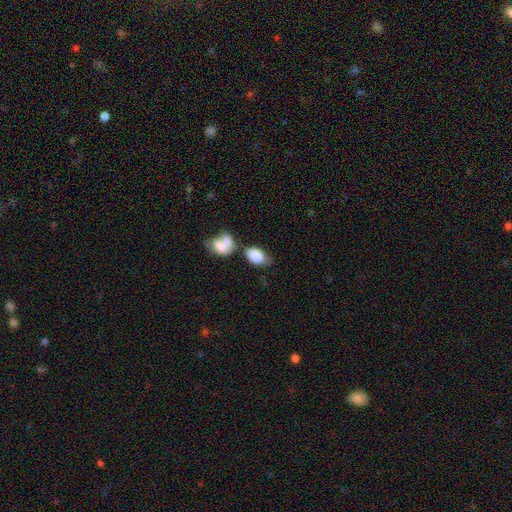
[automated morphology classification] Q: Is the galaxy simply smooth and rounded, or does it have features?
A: smooth — 82%.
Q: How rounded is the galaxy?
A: in between — 87%.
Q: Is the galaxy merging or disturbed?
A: none — 36%.